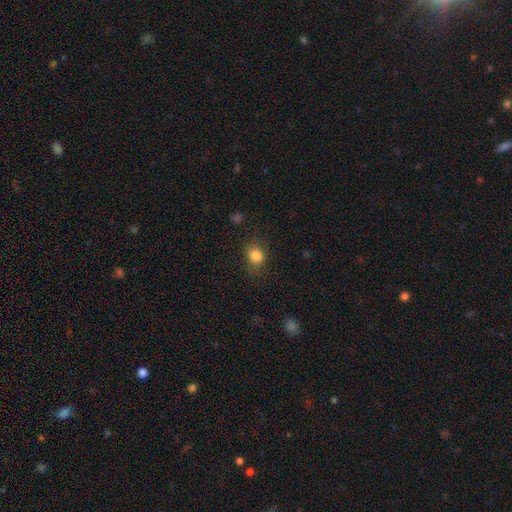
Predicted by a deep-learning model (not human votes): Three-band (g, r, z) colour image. It shows a smooth galaxy with no disk features (83%) that is round (59%). Merging: none (76%).